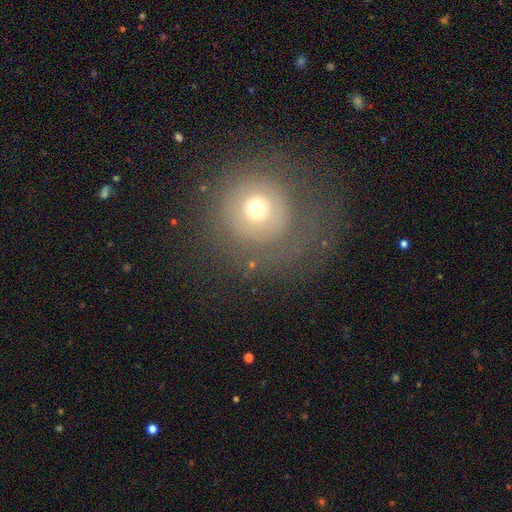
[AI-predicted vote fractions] The model was most divided on "smooth or featured": smooth: 50%, featured or disk: 32%, star or artifact: 18%. More confident: how rounded — round (92%); merging — none (72%).